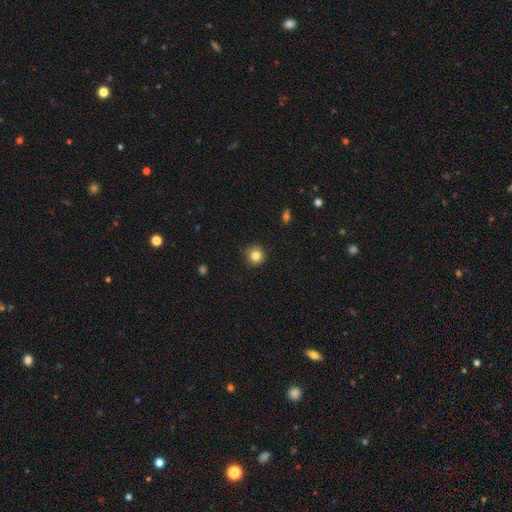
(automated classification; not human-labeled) Smooth or featured? smooth (83%)
How rounded? round (94%)
Merging? none (89%)